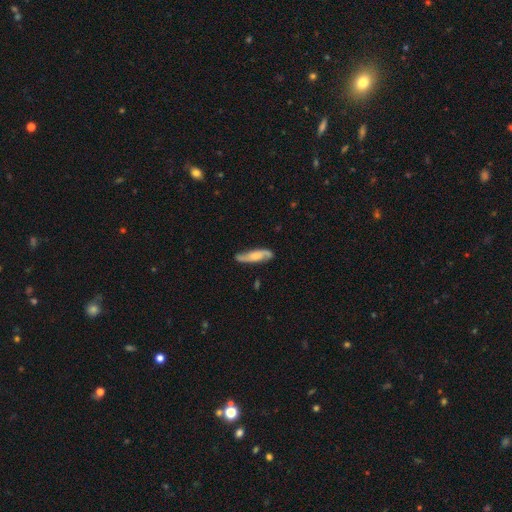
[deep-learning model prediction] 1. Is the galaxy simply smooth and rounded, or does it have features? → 59% featured or disk, 35% smooth, 6% star or artifact.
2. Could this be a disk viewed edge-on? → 73% no, 27% yes.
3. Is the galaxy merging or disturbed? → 80% none, 15% minor disturbance, 3% major disturbance, 2% merger.